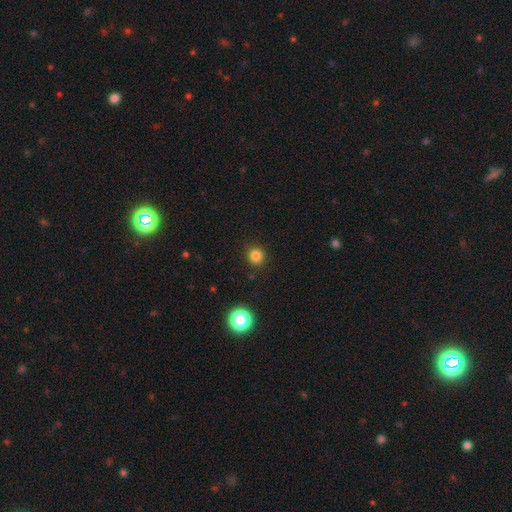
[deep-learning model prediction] Smooth or featured? Predicted: smooth (p=0.82). How rounded? Predicted: round (p=0.93). Merging? Predicted: none (p=0.91).